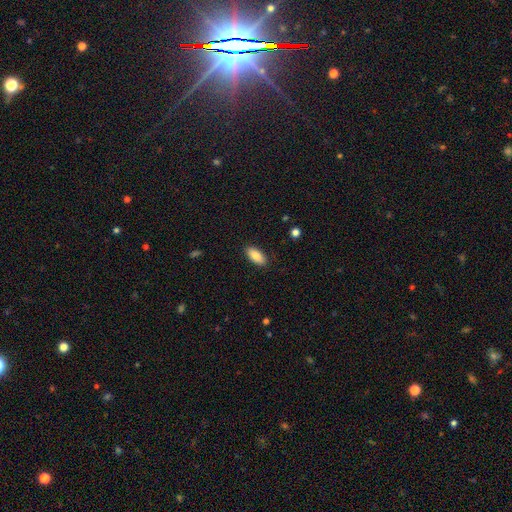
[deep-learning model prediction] This is clearly a smooth galaxy (85%). How rounded: clearly in between (89%). Merging: clearly none (87%).